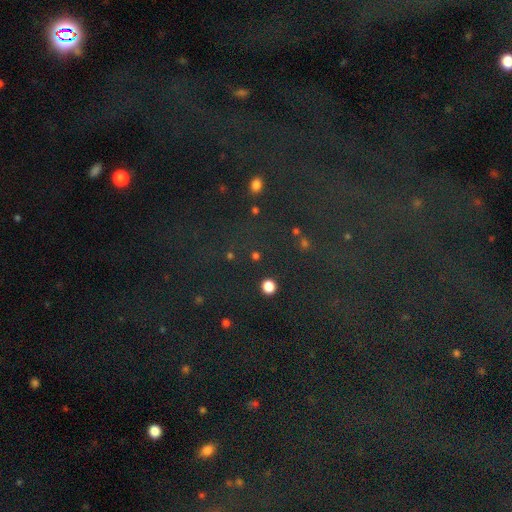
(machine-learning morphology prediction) This appears to be a star or artifact, not a galaxy (58%).